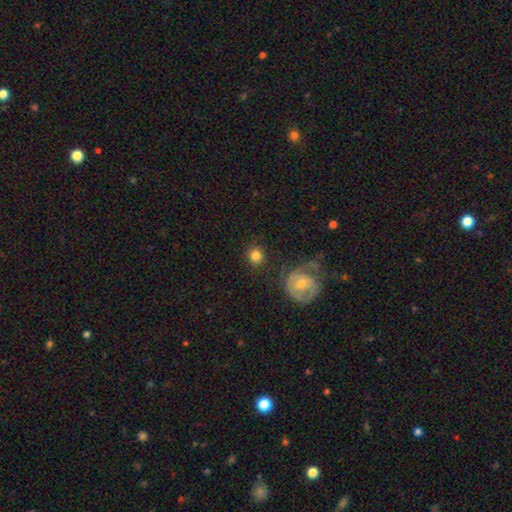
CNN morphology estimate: smooth-or-featured: smooth: 79% | featured or disk: 12% | star or artifact: 9%
  how-rounded: round: 89% | in between: 10% | cigar-shaped: 1%
  merging: none: 83% | minor disturbance: 9% | major disturbance: 4% | merger: 4%